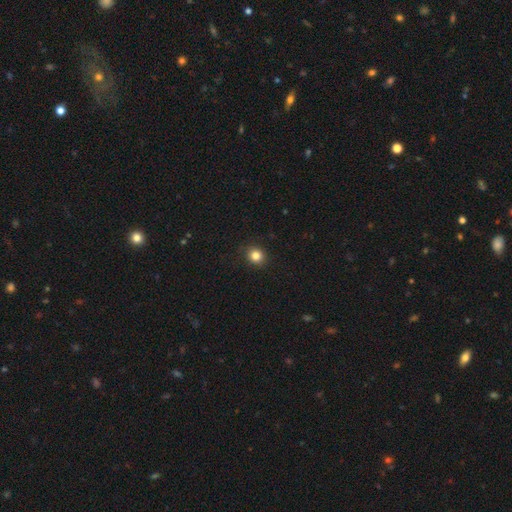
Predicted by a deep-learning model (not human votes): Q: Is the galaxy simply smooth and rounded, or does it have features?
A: smooth — 83%.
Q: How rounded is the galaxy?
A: round — 78%.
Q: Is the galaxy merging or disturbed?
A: none — 89%.